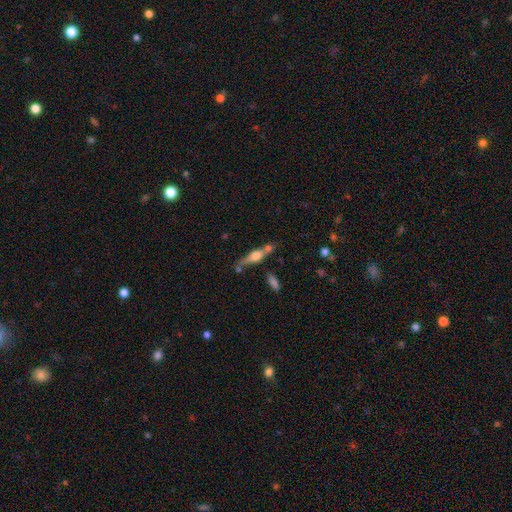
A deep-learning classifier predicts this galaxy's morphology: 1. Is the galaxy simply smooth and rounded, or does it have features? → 53% featured or disk, 38% smooth, 9% star or artifact.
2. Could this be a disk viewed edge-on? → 87% yes, 13% no.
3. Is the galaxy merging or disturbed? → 51% none, 24% merger, 17% minor disturbance, 8% major disturbance.